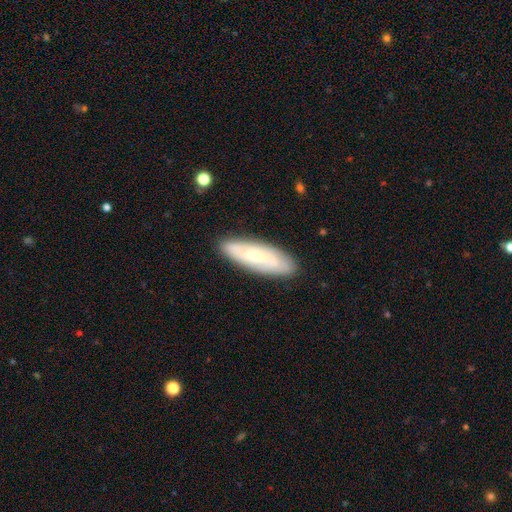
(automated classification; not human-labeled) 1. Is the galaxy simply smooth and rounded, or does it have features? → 47% smooth (tied), 47% featured or disk (tied), 6% star or artifact.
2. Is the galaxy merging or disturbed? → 86% none, 10% minor disturbance, 2% major disturbance, 1% merger.